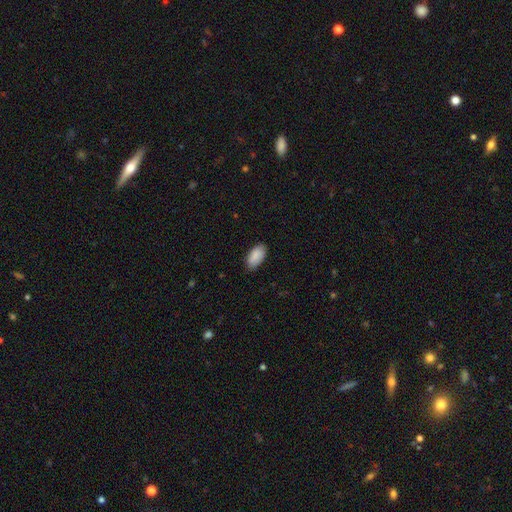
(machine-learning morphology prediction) Overall: smooth (89%). How rounded: in between (95%). Merging: none (84%).